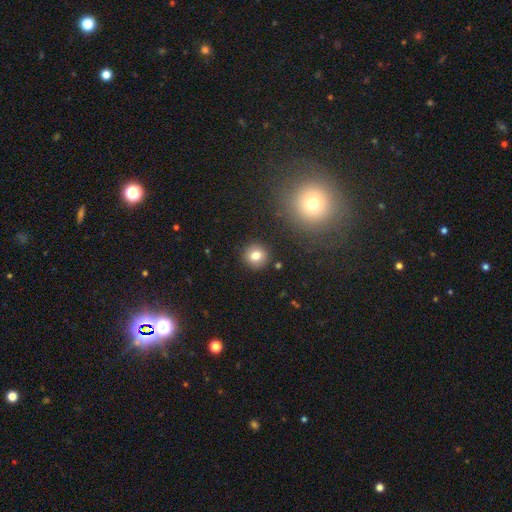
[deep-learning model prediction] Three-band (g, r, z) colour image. It shows a smooth galaxy with no disk features (79%) that is round (92%). Merging: none (89%).